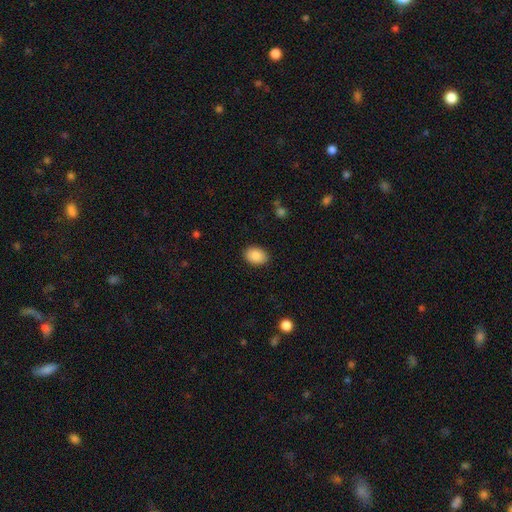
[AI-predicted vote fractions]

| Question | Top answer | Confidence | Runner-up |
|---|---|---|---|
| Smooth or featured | smooth | 88% | star or artifact (7%) |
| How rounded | in between | 80% | round (19%) |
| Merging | none | 89% | minor disturbance (8%) |